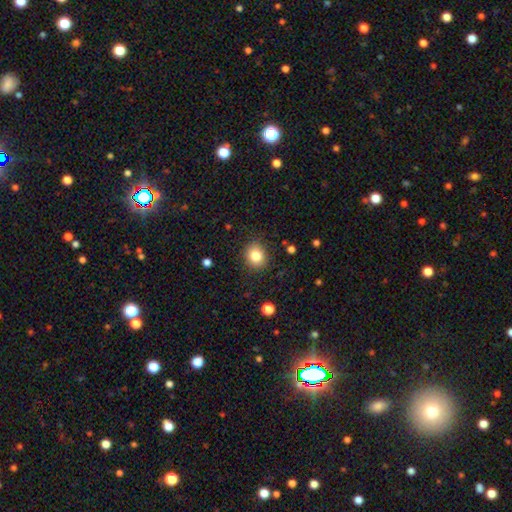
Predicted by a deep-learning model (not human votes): A smooth galaxy with no disk features (82%) that is round (76%). Merging: none (87%).